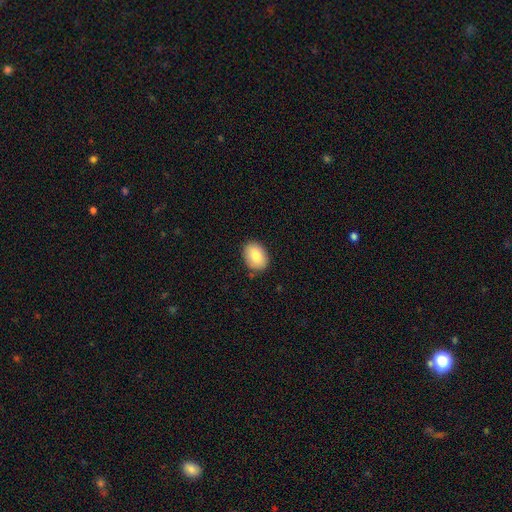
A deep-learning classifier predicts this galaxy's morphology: smooth 82%, featured or disk 11%, star or artifact 7%. Down the decision tree: how rounded — in between (77%); merging — none (84%).